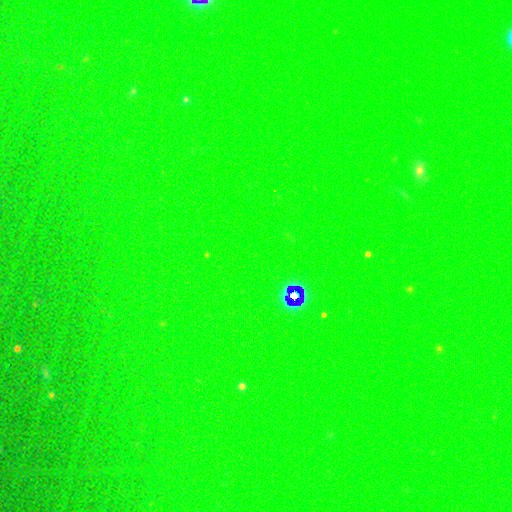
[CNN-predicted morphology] Q: Smooth or featured?
A: star or artifact (74%); runner-up: smooth (16%)